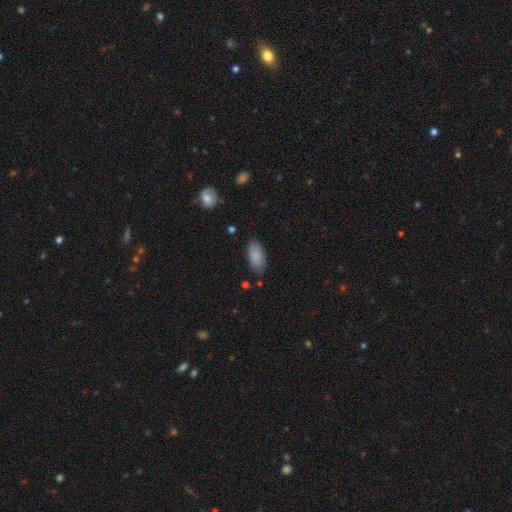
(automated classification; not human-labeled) Overall: smooth (88%). How rounded: in between (91%). Merging: none (81%).